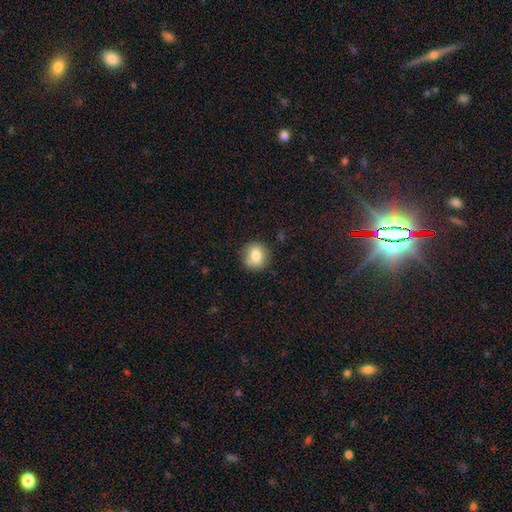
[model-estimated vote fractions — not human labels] Smooth or featured?
  - smooth: 78% *
  - featured or disk: 12%
  - star or artifact: 9%
How rounded?
  - round: 85% *
  - in between: 14%
  - cigar-shaped: 1%
Merging?
  - none: 79% *
  - minor disturbance: 14%
  - merger: 4%
  - major disturbance: 3%